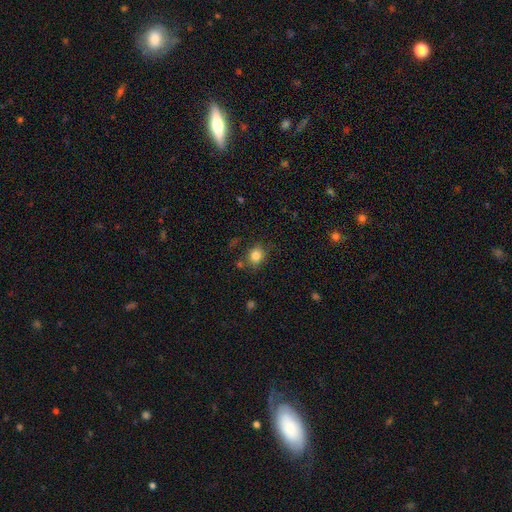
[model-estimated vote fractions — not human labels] Overall: smooth (82%). How rounded: round (67%; in between 32%). Merging: none (77%).